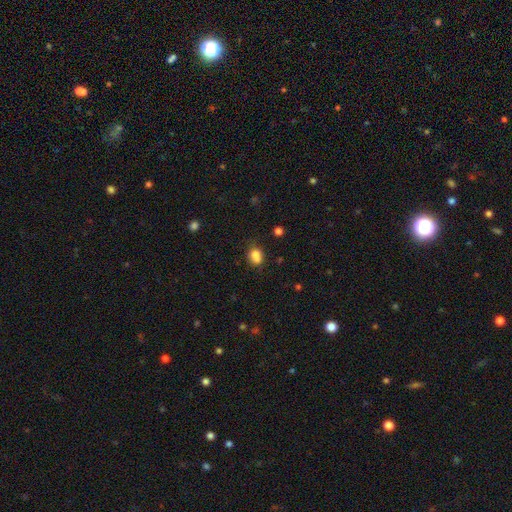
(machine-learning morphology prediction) Smooth or featured?
  - smooth: 77% *
  - star or artifact: 12%
  - featured or disk: 11%
How rounded?
  - round: 52% *
  - in between: 47%
  - cigar-shaped: 1%
Merging?
  - none: 44% *
  - merger: 32%
  - minor disturbance: 18%
  - major disturbance: 7%